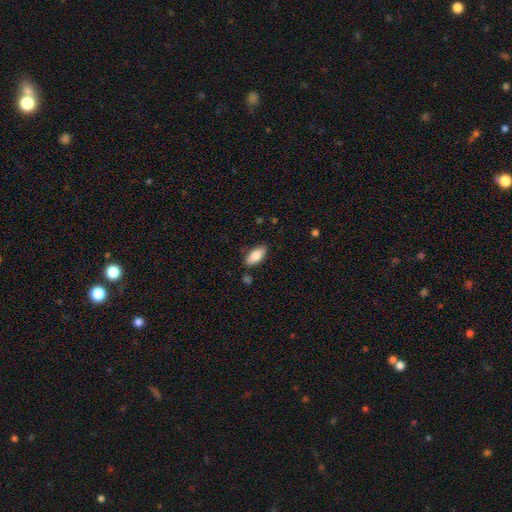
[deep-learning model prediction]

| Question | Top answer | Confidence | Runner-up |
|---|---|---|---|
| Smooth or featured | smooth | 80% | featured or disk (14%) |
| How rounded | in between | 86% | cigar-shaped (12%) |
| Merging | none | 84% | minor disturbance (12%) |